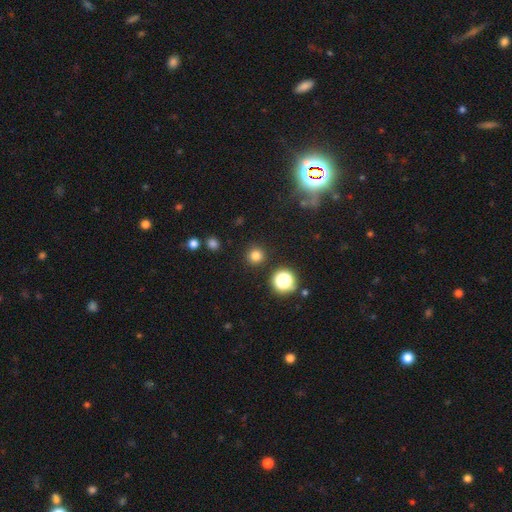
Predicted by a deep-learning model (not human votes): smooth_or_featured: smooth (p=0.77) [alt: star or artifact p=0.18]
how_rounded: round (p=0.95) [alt: in between p=0.04]
merging: none (p=0.91) [alt: minor disturbance p=0.05]